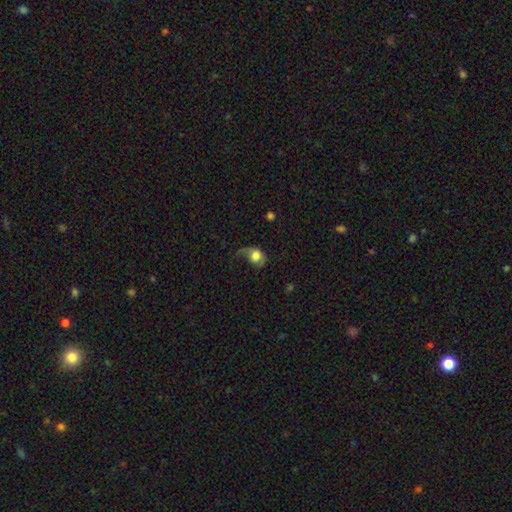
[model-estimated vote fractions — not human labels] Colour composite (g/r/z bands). It shows a smooth galaxy with no disk features (70%) that is round (56%). Merging: major disturbance (48%).